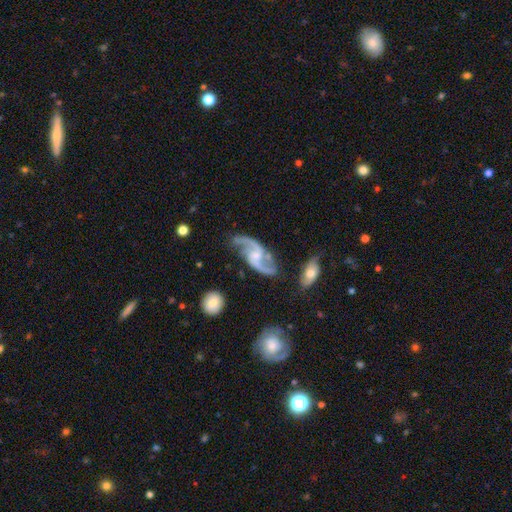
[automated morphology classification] This appears to be a featured or disk galaxy (91%) with no bar (45%), 2 (94%) loose (67%) spiral arms (98%) and a small central bulge (48%). Merging: none (67%).